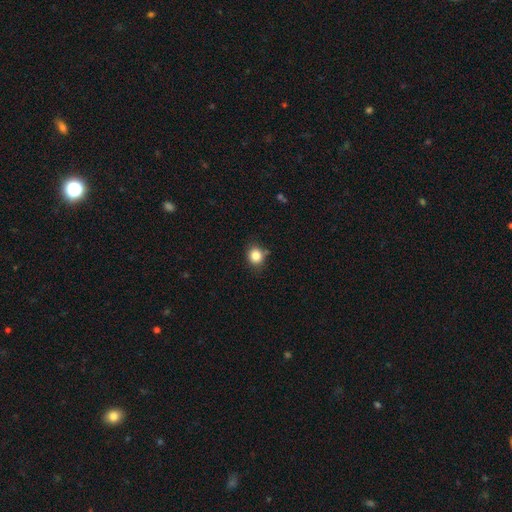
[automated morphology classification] smooth_or_featured: smooth (p=0.84) [alt: star or artifact p=0.11]
how_rounded: round (p=0.75) [alt: in between p=0.25]
merging: none (p=0.80) [alt: minor disturbance p=0.14]